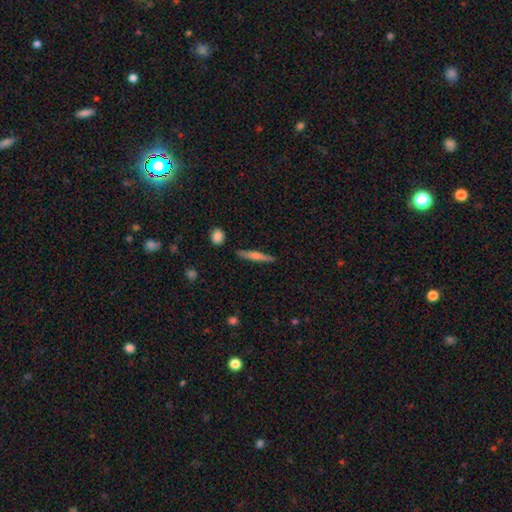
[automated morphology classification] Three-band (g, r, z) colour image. It shows a featured or disk galaxy (57%) viewed edge-on (97%) with a rounded central bulge (80%). Merging: none (89%).